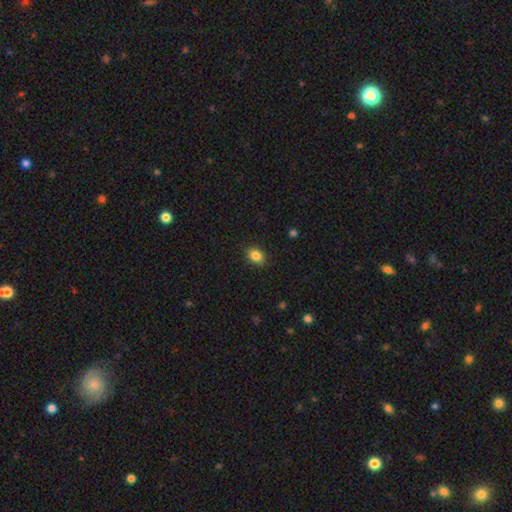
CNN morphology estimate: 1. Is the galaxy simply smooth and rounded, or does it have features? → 85% smooth, 9% star or artifact, 6% featured or disk.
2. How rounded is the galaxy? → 59% in between, 40% round, 1% cigar-shaped.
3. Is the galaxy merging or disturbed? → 87% none, 9% minor disturbance, 2% major disturbance, 1% merger.